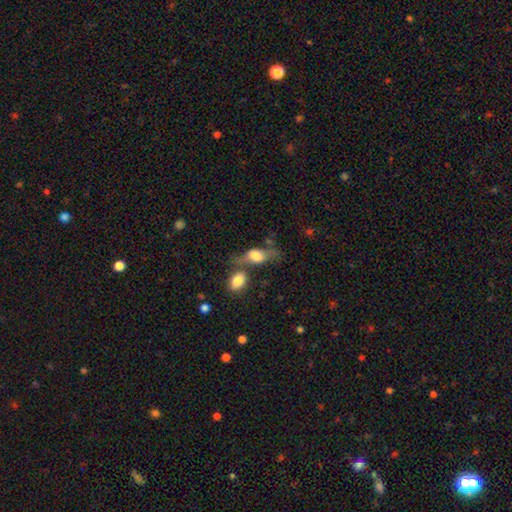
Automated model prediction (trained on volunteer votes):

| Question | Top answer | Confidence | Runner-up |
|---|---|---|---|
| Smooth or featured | smooth | 57% | featured or disk (35%) |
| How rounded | in between | 77% | cigar-shaped (12%) |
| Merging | none | 43% | merger (26%) |